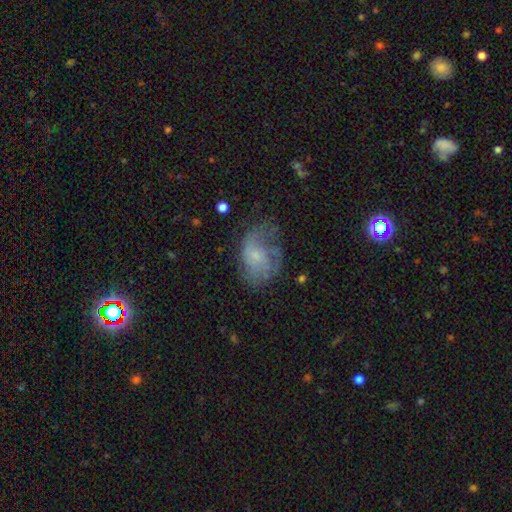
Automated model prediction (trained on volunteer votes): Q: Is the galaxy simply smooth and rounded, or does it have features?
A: featured or disk — 53%.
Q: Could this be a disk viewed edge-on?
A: no — 97%.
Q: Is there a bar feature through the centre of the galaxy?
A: no — 73%.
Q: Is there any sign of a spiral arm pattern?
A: yes — 70%.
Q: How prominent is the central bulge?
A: small — 62%.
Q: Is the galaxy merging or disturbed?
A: none — 42%.